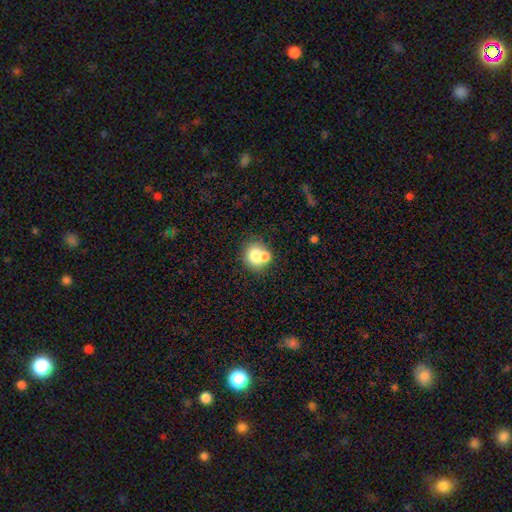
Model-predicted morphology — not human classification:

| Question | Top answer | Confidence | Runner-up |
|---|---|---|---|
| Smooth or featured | smooth | 72% | featured or disk (18%) |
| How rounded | round | 76% | in between (23%) |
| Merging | merger | 47% | none (42%) |